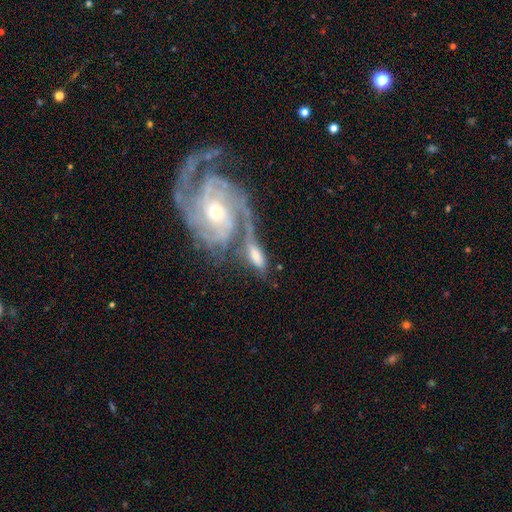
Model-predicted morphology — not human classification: This is possibly a featured or disk galaxy (48%). Merging: possibly merger (48%).